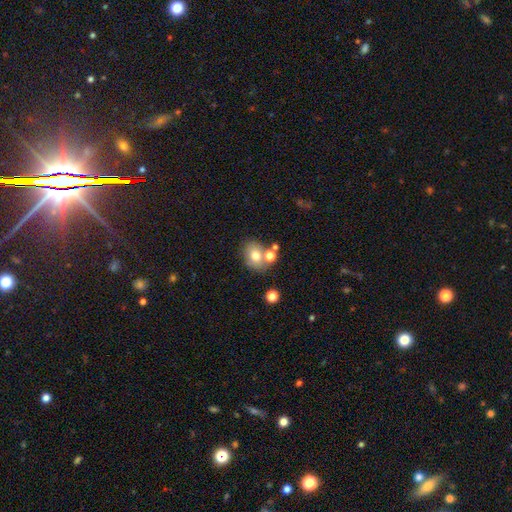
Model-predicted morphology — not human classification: A smooth galaxy with no disk features (73%) that is in between round and cigar-shaped (50%).

Vote fractions:
- Smooth or featured? smooth: 73% / featured or disk: 15% / star or artifact: 12%
- How rounded? in between: 50% / round: 49% / cigar-shaped: 1%
- Merging? none: 60% / merger: 23% / minor disturbance: 12% / major disturbance: 4%